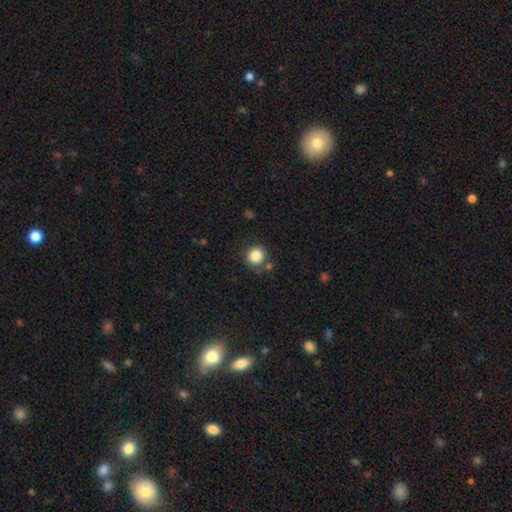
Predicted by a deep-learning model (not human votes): A smooth galaxy with no disk features (85%) that is round (93%). Merging: none (82%).